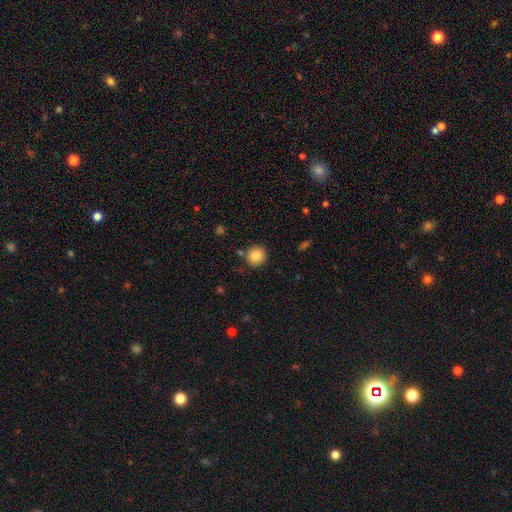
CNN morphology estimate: Q: Smooth or featured?
A: smooth (86%); runner-up: star or artifact (9%)
Q: How rounded?
A: round (91%); runner-up: in between (8%)
Q: Merging?
A: none (85%); runner-up: minor disturbance (8%)